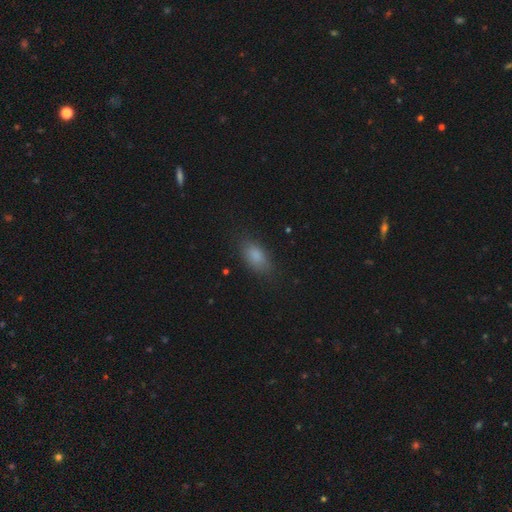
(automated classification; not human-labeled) Q: Smooth or featured?
A: smooth (84%); runner-up: star or artifact (9%)
Q: How rounded?
A: in between (88%); runner-up: cigar-shaped (6%)
Q: Merging?
A: none (78%); runner-up: minor disturbance (16%)